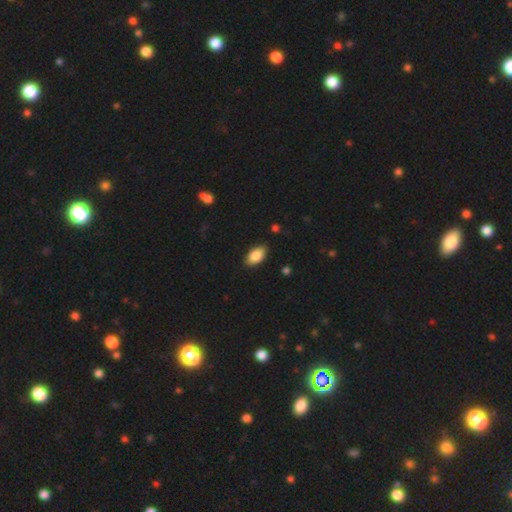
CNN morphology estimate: Smooth or featured: smooth — 87% (star or artifact — 7%)
How rounded: in between — 93% (round — 5%)
Merging: none — 86% (minor disturbance — 10%)